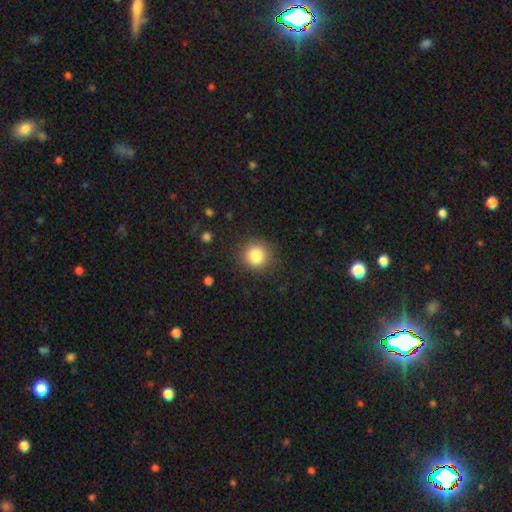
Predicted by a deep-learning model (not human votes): This is clearly a smooth galaxy (84%). How rounded: clearly round (92%). Merging: clearly none (88%).